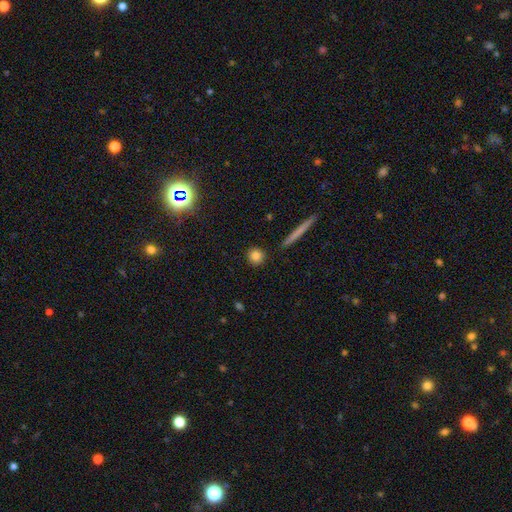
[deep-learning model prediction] This is clearly a smooth galaxy (83%). How rounded: clearly round (90%). Merging: clearly none (90%).